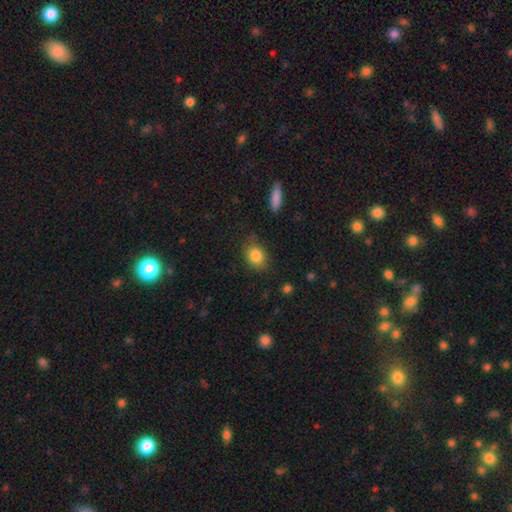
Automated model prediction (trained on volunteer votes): This is clearly a smooth galaxy (85%). How rounded: possibly in between (56%). Merging: likely none (76%).